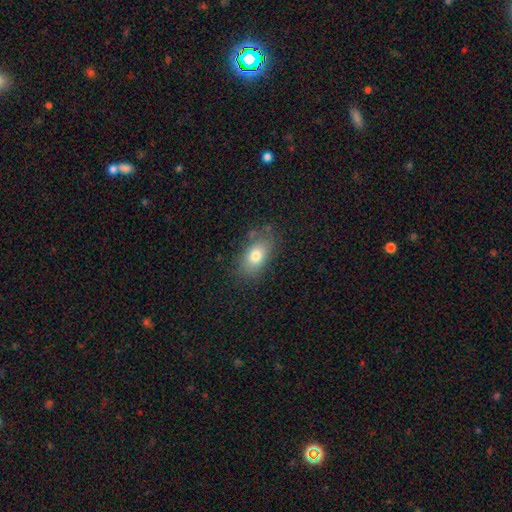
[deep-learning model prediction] Overall: smooth (77%). How rounded: in between (86%). Merging: none (75%).